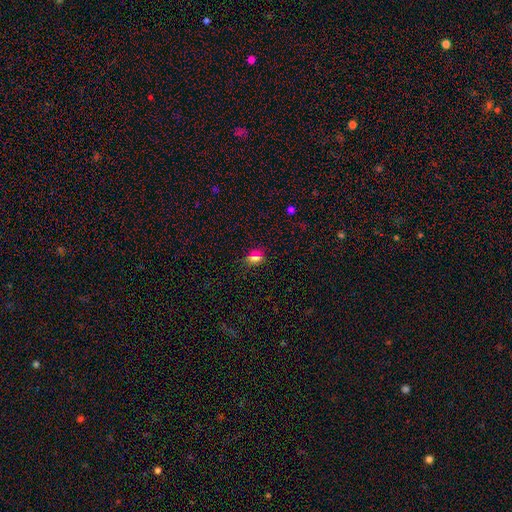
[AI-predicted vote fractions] Overall: smooth (65%; star or artifact 27%). How rounded: in between (49%; round 46%). Merging: none (83%).